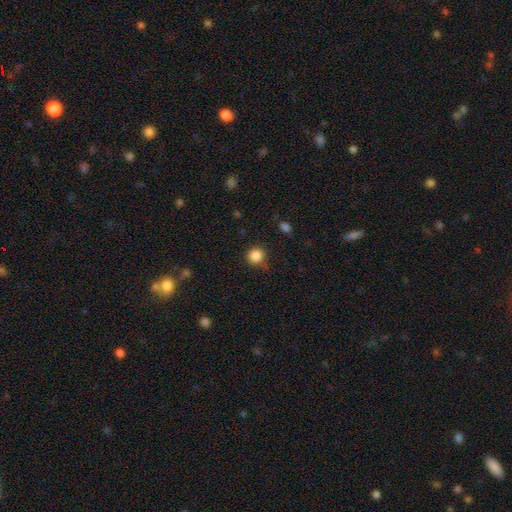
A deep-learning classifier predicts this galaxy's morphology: Smooth or featured? Predicted: smooth (p=0.85). How rounded? Predicted: round (p=0.92). Merging? Predicted: none (p=0.80).